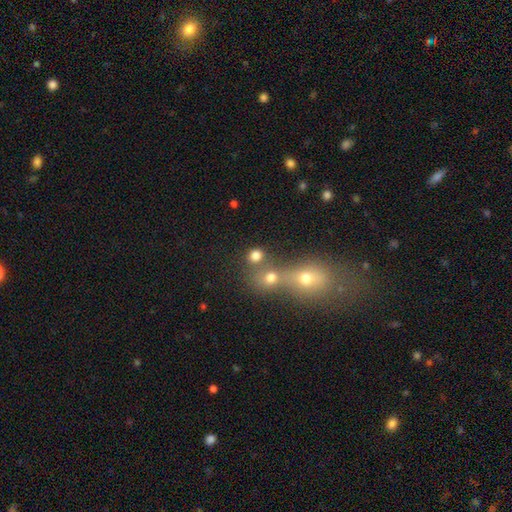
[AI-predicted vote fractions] Smooth or featured? smooth (76%)
How rounded? round (78%)
Merging? none (50%)